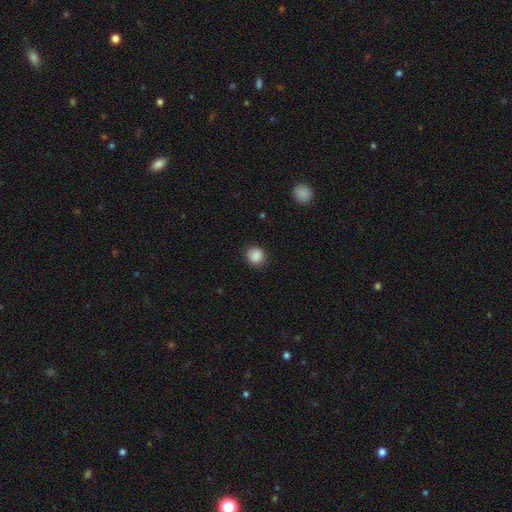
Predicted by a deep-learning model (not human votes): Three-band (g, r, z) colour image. It shows a smooth galaxy with no disk features (88%) that is round (82%). Merging: none (86%).